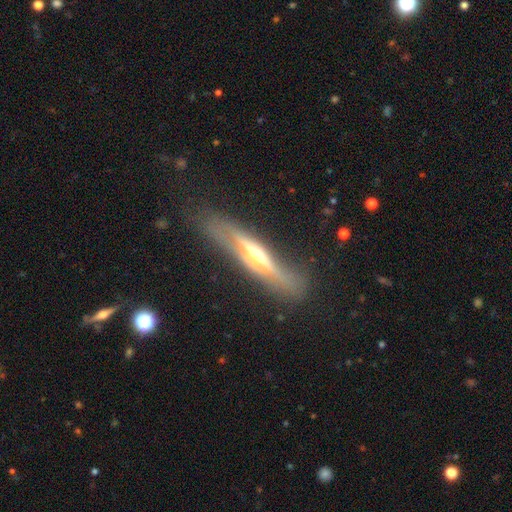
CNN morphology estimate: A featured or disk galaxy (72%) viewed edge-on (87%) with a rounded central bulge (80%). Merging: none (72%).